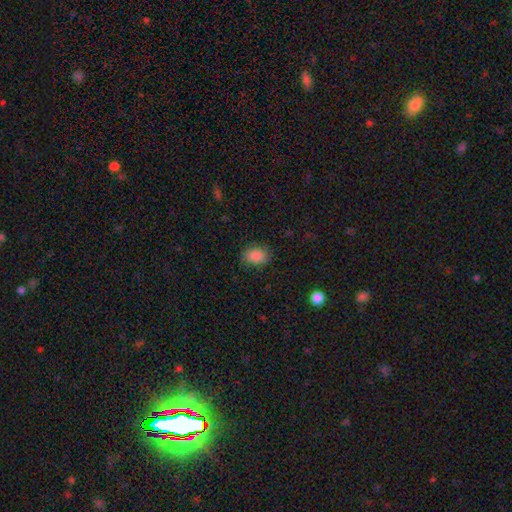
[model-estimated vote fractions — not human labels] Smooth or featured?
  - smooth: 87% *
  - star or artifact: 8%
  - featured or disk: 5%
How rounded?
  - in between: 75% *
  - round: 24%
  - cigar-shaped: 1%
Merging?
  - none: 81% *
  - minor disturbance: 14%
  - major disturbance: 4%
  - merger: 1%